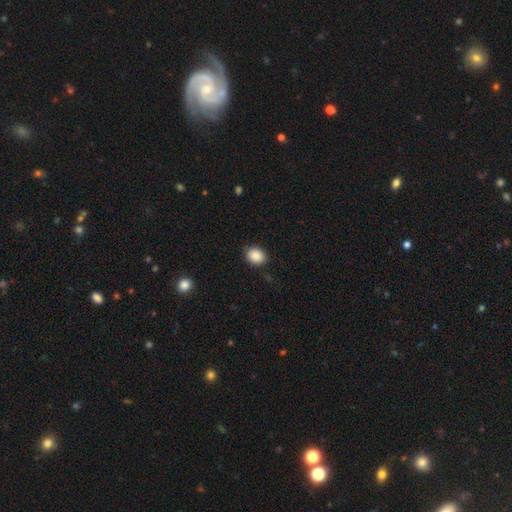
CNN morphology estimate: This appears to be a smooth galaxy with no disk features (89%) that is round (54%). Merging: none (86%).